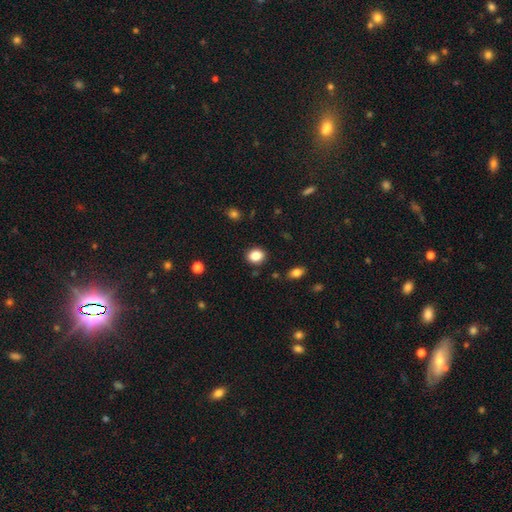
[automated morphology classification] smooth-or-featured: smooth: 86% | star or artifact: 10% | featured or disk: 5%
  how-rounded: round: 58% | in between: 41% | cigar-shaped: 1%
  merging: none: 88% | minor disturbance: 8% | major disturbance: 2% | merger: 2%